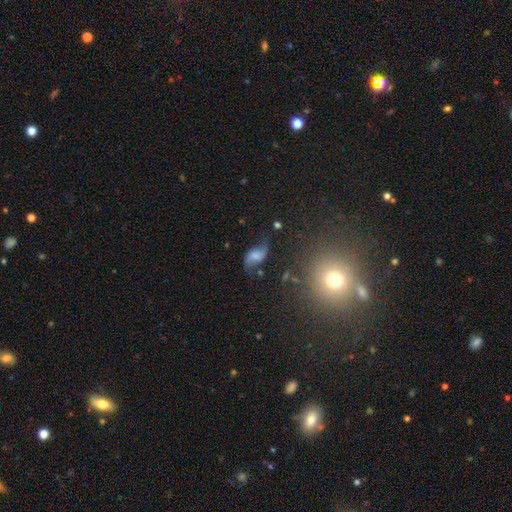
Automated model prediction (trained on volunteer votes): The model was most divided on "bulge size": none: 32%, small: 27%, moderate: 27%, large: 10%, dominant: 3%. More confident: edge-on disk — no (96%); spiral arms — yes (92%); spiral arm count — 2 (90%); spiral winding — loose (84%); smooth or featured — featured or disk (67%); merging — none (58%); bar — no (51%).